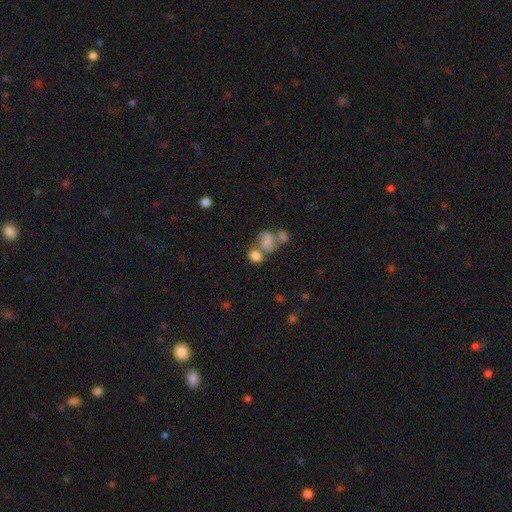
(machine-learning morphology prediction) A smooth galaxy with no disk features (67%) that is in between round and cigar-shaped (68%). Merging: merger (49%).